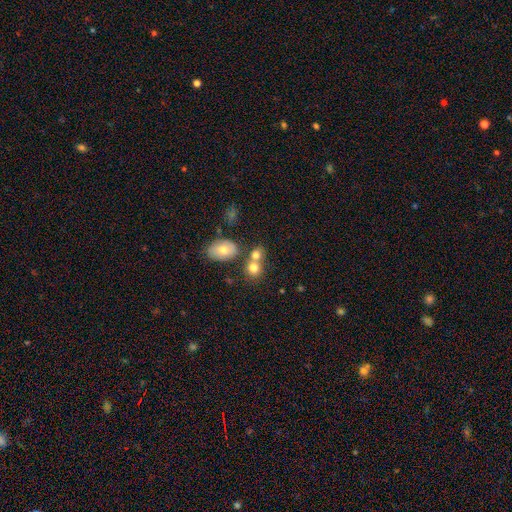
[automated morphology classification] This is likely a smooth galaxy (75%). How rounded: likely round (63%). Merging: possibly merger (47%).